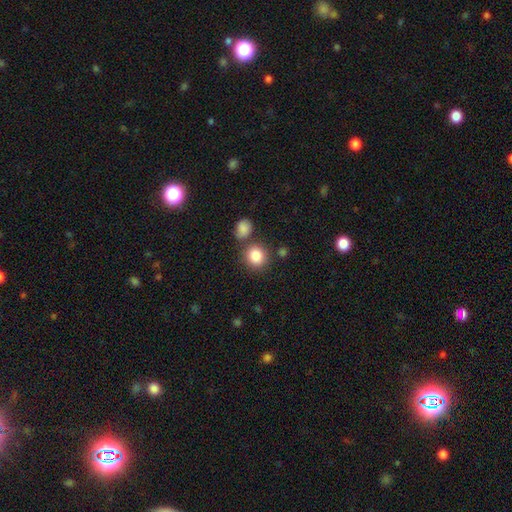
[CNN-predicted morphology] smooth_or_featured: smooth (p=0.85) [alt: star or artifact p=0.09]
how_rounded: round (p=0.84) [alt: in between p=0.15]
merging: none (p=0.74) [alt: merger p=0.13]